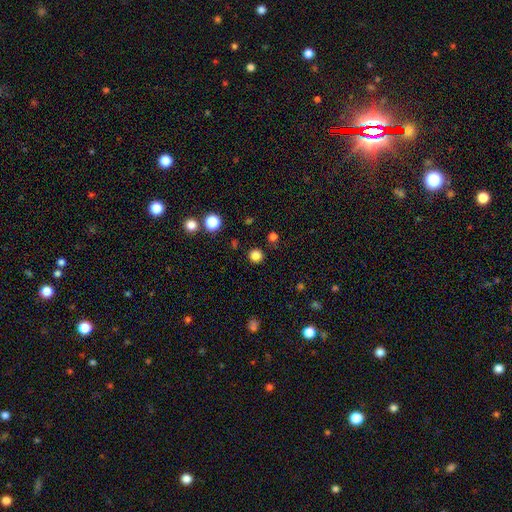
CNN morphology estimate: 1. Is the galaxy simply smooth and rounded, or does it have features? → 82% smooth, 14% star or artifact, 4% featured or disk.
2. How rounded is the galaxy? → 95% round, 4% in between, 1% cigar-shaped.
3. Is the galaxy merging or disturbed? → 91% none, 5% minor disturbance, 2% major disturbance, 2% merger.